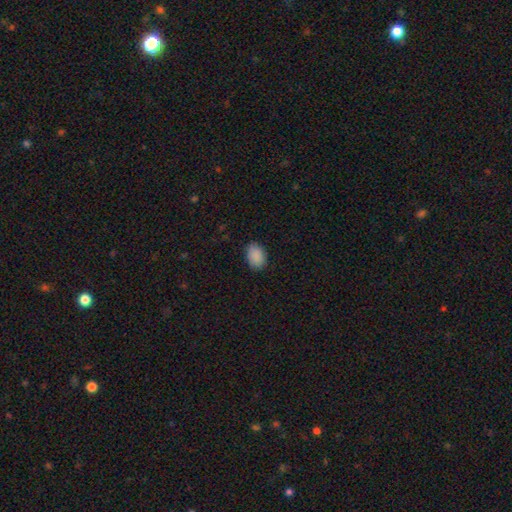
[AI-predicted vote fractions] Smooth or featured? smooth (88%)
How rounded? in between (75%)
Merging? none (83%)